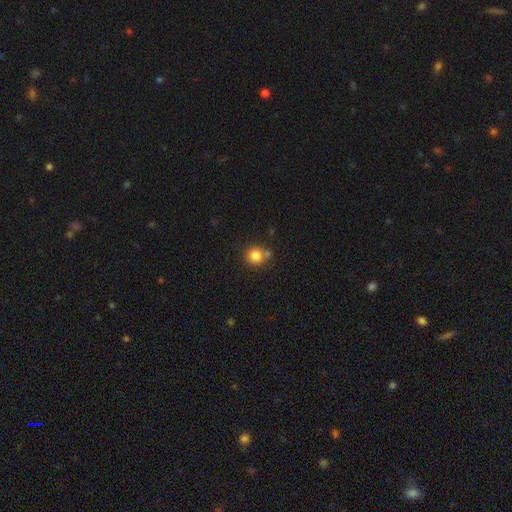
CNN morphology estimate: smooth 82%, star or artifact 11%, featured or disk 7%. Down the decision tree: how rounded — round (91%); merging — none (70%).